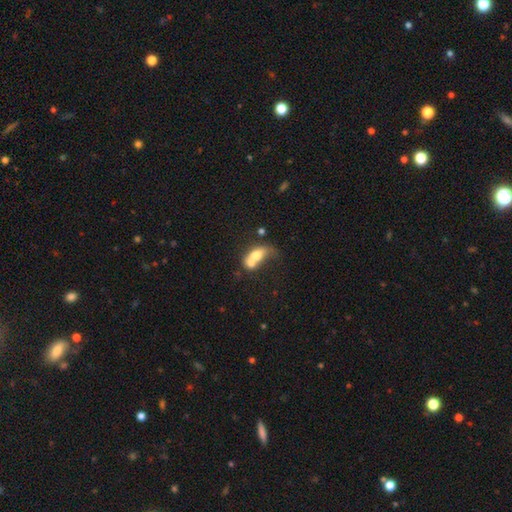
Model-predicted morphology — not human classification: Smooth or featured?
  - smooth: 63% *
  - featured or disk: 28%
  - star or artifact: 9%
How rounded?
  - in between: 73% *
  - round: 20%
  - cigar-shaped: 7%
Merging?
  - merger: 64% *
  - none: 14%
  - major disturbance: 12%
  - minor disturbance: 9%